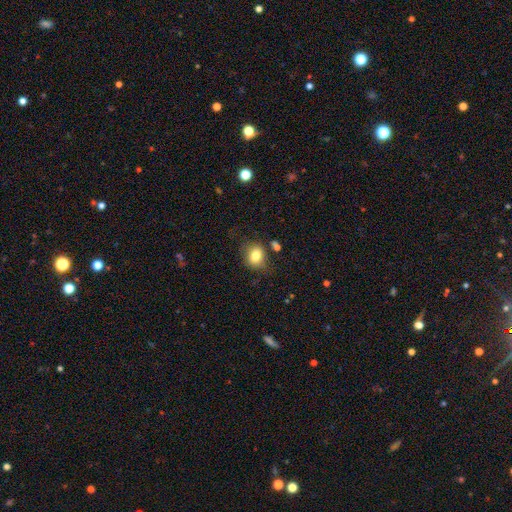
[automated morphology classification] This appears to be a smooth galaxy with no disk features (80%) that is round (59%). Merging: none (73%).